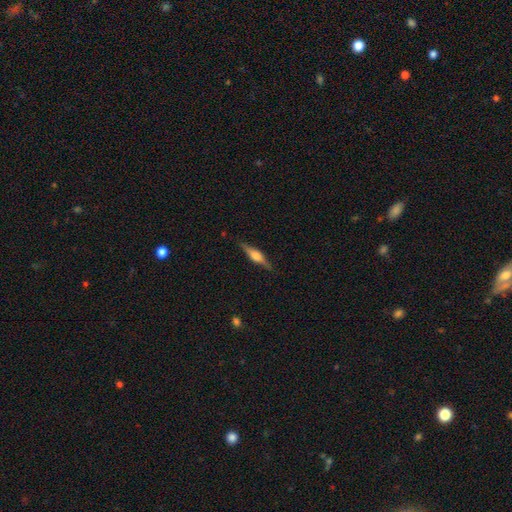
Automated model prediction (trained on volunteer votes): smooth_or_featured: featured or disk (p=0.72) [alt: smooth p=0.22]
disk_edge_on: yes (p=0.97) [alt: no p=0.03]
edge_on_bulge: rounded (p=0.87) [alt: boxy p=0.11]
merging: none (p=0.88) [alt: minor disturbance p=0.09]